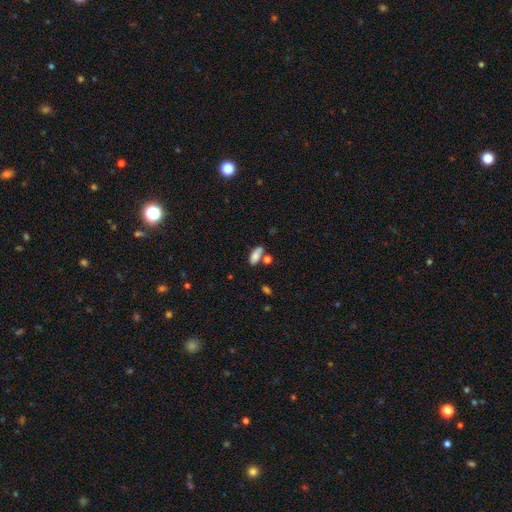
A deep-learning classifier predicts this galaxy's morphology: Smooth or featured? Predicted: smooth (p=0.82). How rounded? Predicted: in between (p=0.82). Merging? Predicted: none (p=0.55).